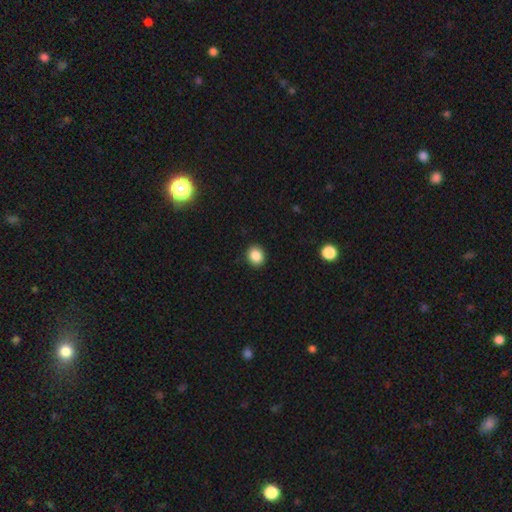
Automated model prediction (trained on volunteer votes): This appears to be a smooth galaxy with no disk features (86%) that is round (71%). Merging: none (91%).